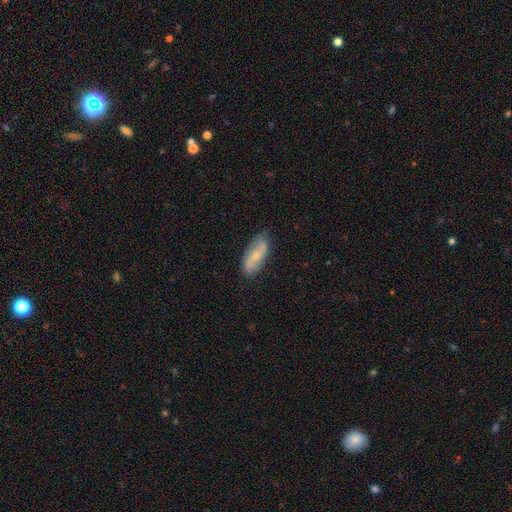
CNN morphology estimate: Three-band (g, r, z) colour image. It shows a featured or disk galaxy (49%). Merging: none (79%).